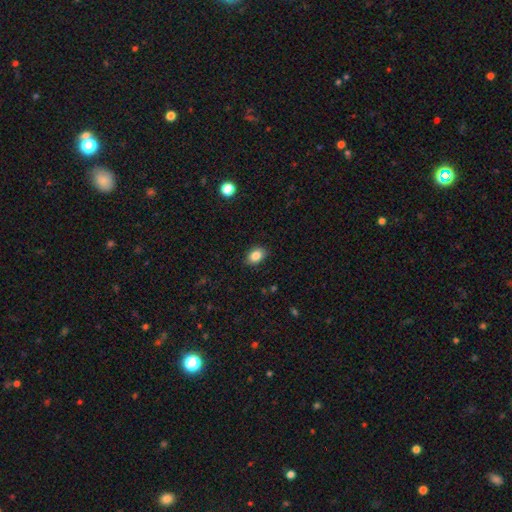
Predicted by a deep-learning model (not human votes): This appears to be a smooth galaxy with no disk features (86%) that is in between round and cigar-shaped (81%). Merging: none (88%).